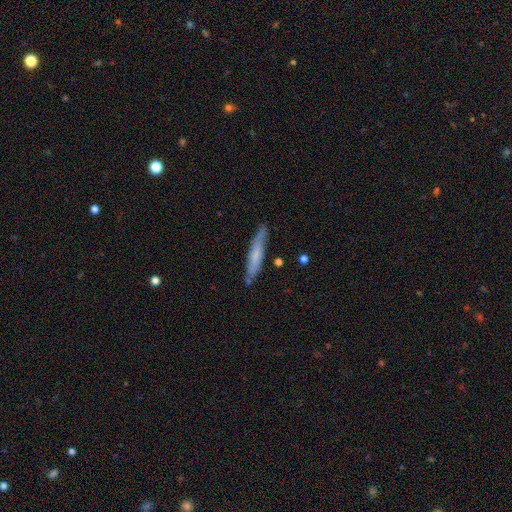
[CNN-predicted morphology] Q: Smooth or featured?
A: smooth (60%); runner-up: featured or disk (34%)
Q: How rounded?
A: cigar-shaped (92%); runner-up: in between (7%)
Q: Merging?
A: none (81%); runner-up: minor disturbance (14%)